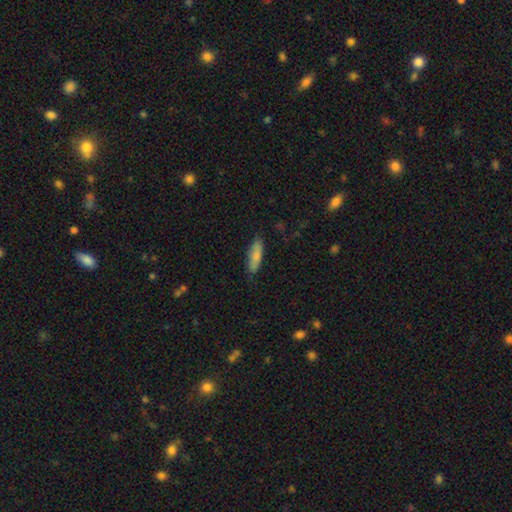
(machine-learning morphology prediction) A smooth galaxy with no disk features (81%) that is in between round and cigar-shaped (49%, tied with cigar-shaped). Merging: none (83%).